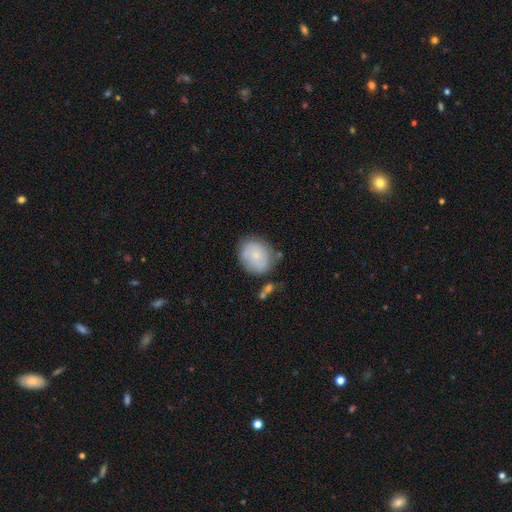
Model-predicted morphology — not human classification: Smooth or featured: smooth — 64% (featured or disk — 29%)
How rounded: round — 62% (in between — 37%)
Merging: none — 67% (minor disturbance — 21%)